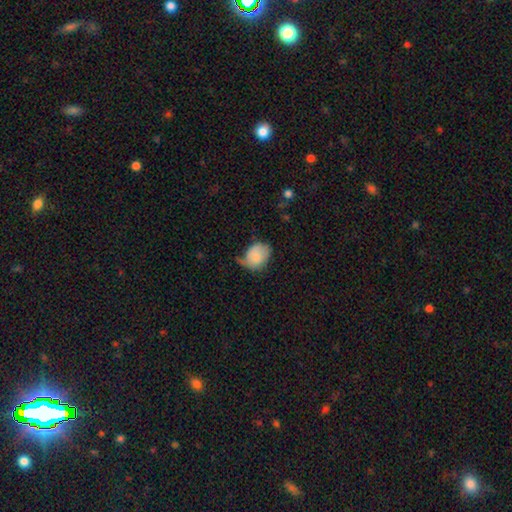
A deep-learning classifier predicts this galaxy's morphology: type=smooth (72%); roundness=in between (61%); merging=minor disturbance (43%).